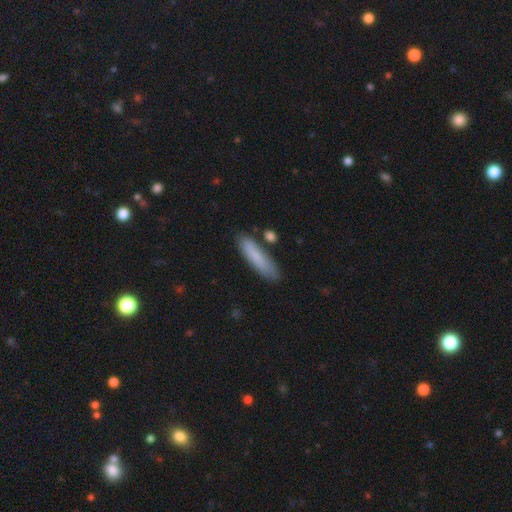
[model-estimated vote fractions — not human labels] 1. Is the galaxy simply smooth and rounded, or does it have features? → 81% smooth, 13% featured or disk, 6% star or artifact.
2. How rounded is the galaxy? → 78% cigar-shaped, 20% in between, 2% round.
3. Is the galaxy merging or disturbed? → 78% none, 13% minor disturbance, 5% merger, 3% major disturbance.